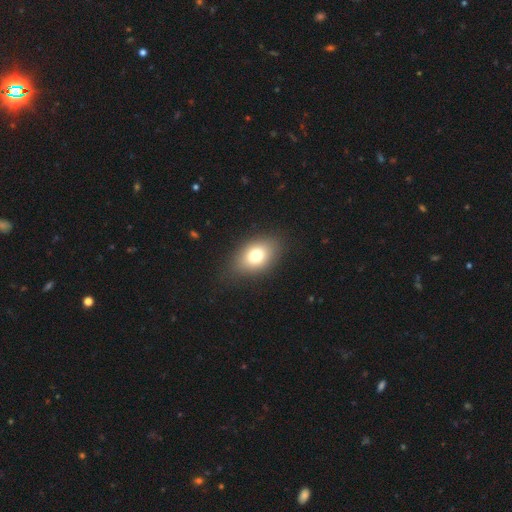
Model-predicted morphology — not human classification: type=smooth (75%); roundness=in between (81%); merging=none (83%).